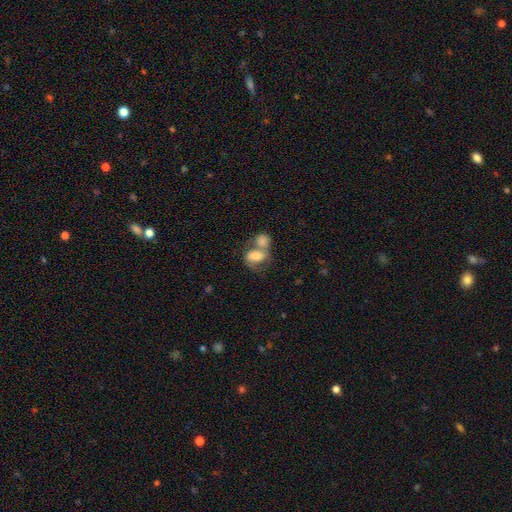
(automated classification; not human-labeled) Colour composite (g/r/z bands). It shows a smooth galaxy with no disk features (63%) that is in between round and cigar-shaped (73%). Merging: merger (66%).